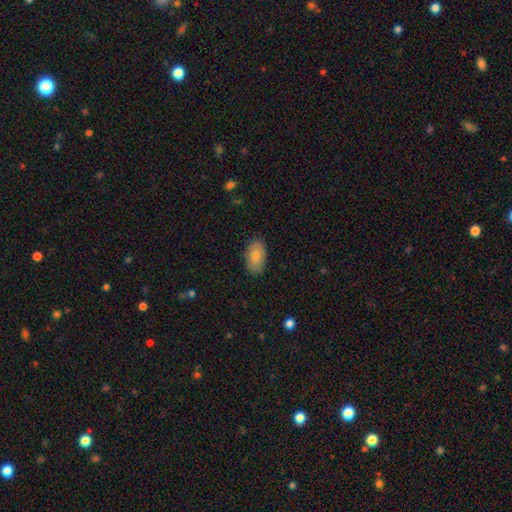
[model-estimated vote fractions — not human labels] The model was most divided on "smooth or featured": smooth: 79%, featured or disk: 14%, star or artifact: 6%. More confident: how rounded — in between (94%); merging — none (85%).